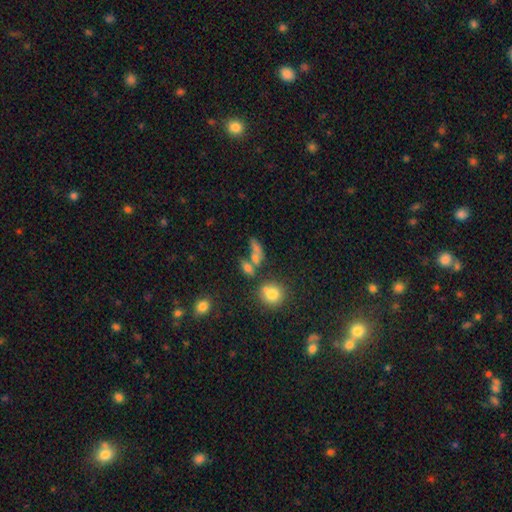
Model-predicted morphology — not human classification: Smooth or featured? Predicted: smooth (p=0.63). How rounded? Predicted: in between (p=0.68). Merging? Predicted: merger (p=0.43).